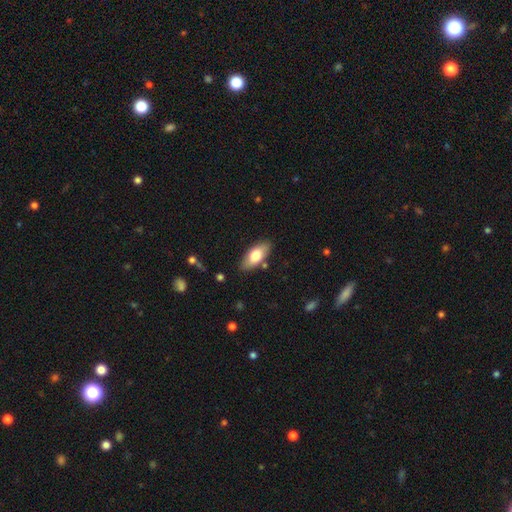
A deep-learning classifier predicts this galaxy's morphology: This appears to be a smooth galaxy with no disk features (73%) that is in between round and cigar-shaped (87%). Merging: none (84%).